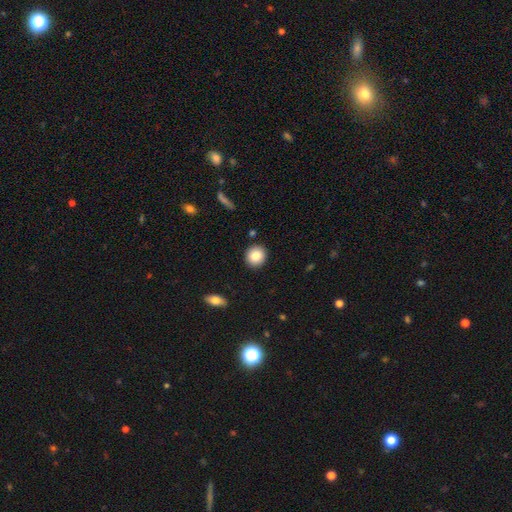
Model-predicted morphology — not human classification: This appears to be a smooth galaxy with no disk features (85%) that is round (81%). Merging: none (91%).